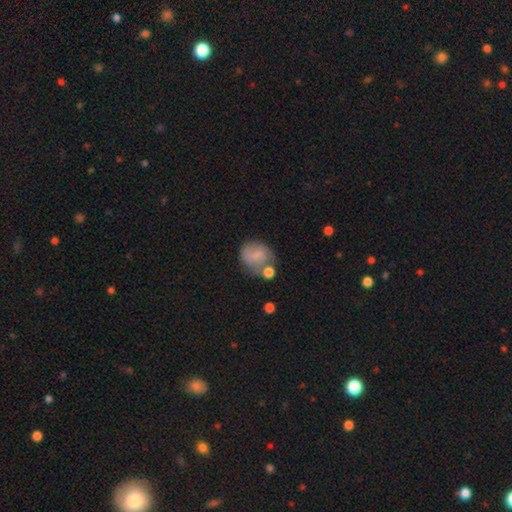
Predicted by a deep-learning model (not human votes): A smooth galaxy with no disk features (70%) that is round (73%). Merging: none (48%).